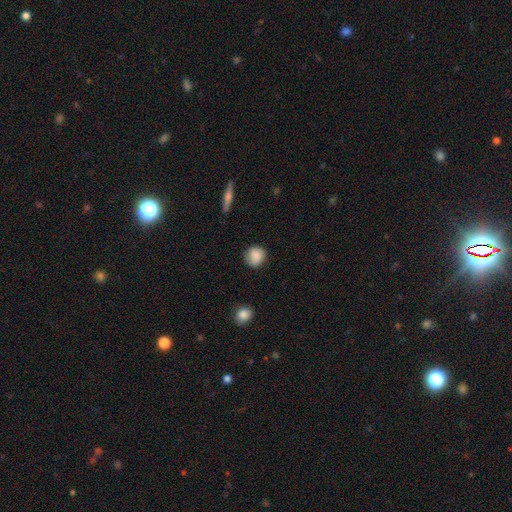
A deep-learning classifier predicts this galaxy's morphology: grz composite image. It shows a smooth galaxy with no disk features (86%) that is round (86%). Merging: none (80%).